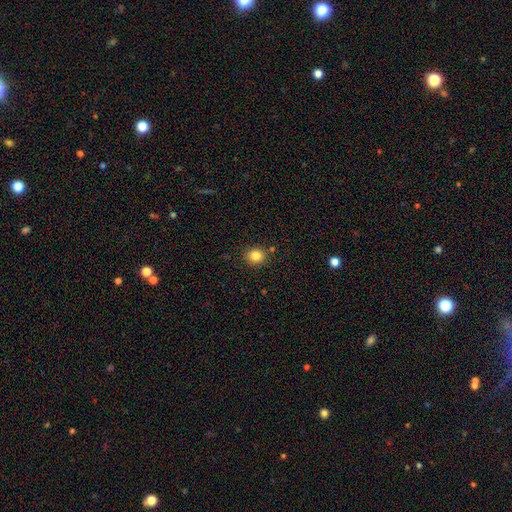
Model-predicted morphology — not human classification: smooth 83%, star or artifact 11%, featured or disk 6%. Down the decision tree: how rounded — round (76%); merging — none (85%).